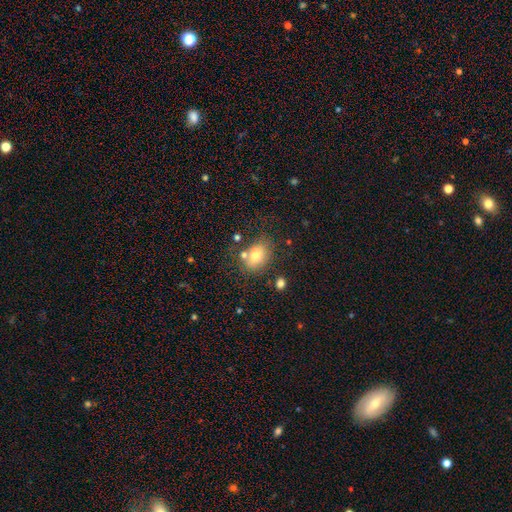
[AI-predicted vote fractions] Overall: smooth (76%). How rounded: in between (60%; round 38%). Merging: none (65%).